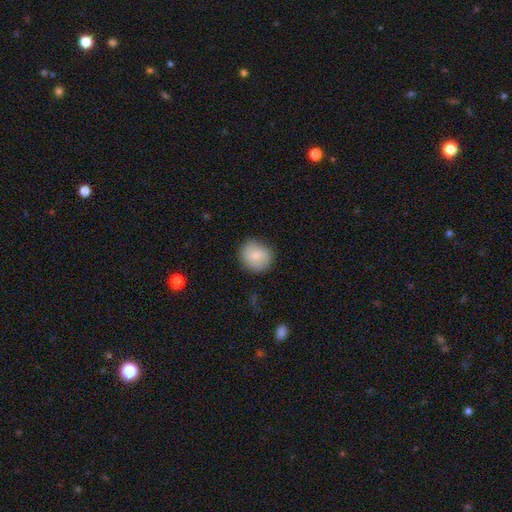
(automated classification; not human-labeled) Smooth or featured?
  - smooth: 83% *
  - featured or disk: 10%
  - star or artifact: 7%
How rounded?
  - round: 83% *
  - in between: 16%
  - cigar-shaped: 1%
Merging?
  - none: 84% *
  - minor disturbance: 12%
  - major disturbance: 3%
  - merger: 1%